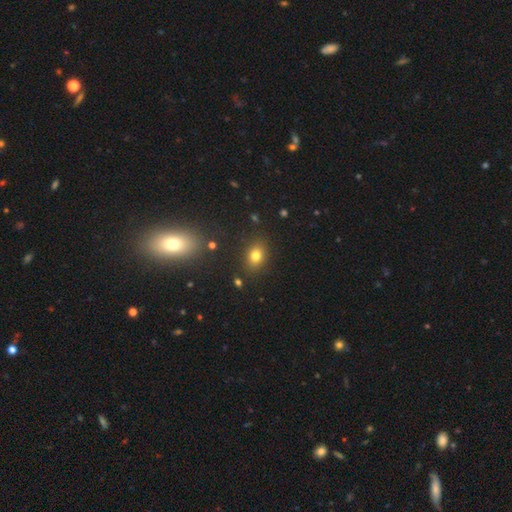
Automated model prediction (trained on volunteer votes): smooth 77%, star or artifact 14%, featured or disk 9%. Down the decision tree: how rounded — in between (64%); merging — none (85%).